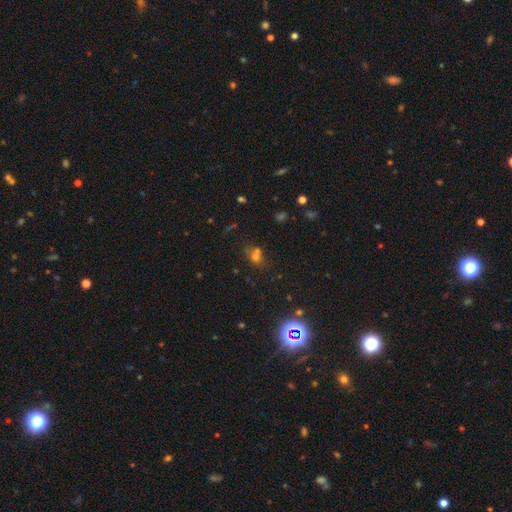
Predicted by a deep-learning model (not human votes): A smooth galaxy with no disk features (54%) that is round (67%).

Vote fractions:
- Smooth or featured? smooth: 54% / star or artifact: 33% / featured or disk: 13%
- How rounded? round: 67% / in between: 31% / cigar-shaped: 2%
- Merging? none: 46% / merger: 38% / minor disturbance: 11% / major disturbance: 6%